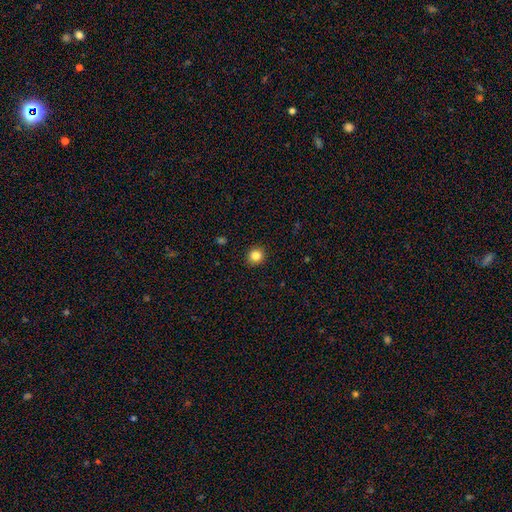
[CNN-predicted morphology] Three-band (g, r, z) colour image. It shows a smooth galaxy with no disk features (84%) that is round (87%). Merging: none (92%).